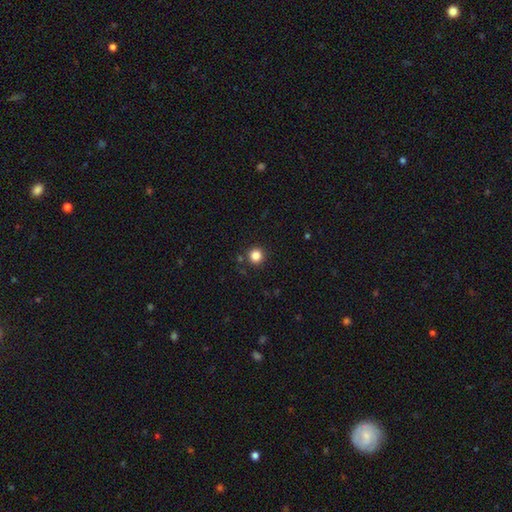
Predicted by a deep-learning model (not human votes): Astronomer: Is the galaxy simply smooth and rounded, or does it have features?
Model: smooth — 84%.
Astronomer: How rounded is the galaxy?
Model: round — 94%.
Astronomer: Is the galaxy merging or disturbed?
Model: none — 89%.